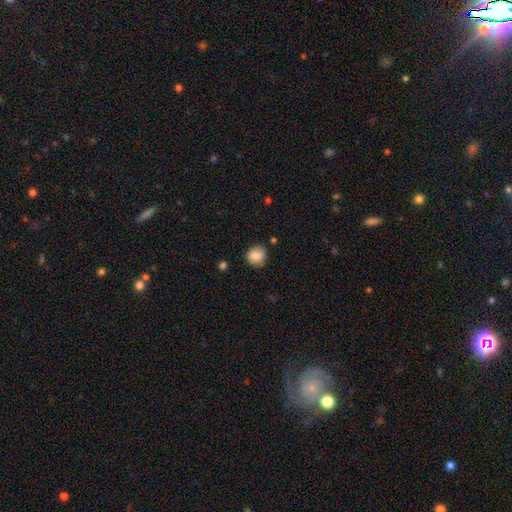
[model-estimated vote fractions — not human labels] Smooth or featured: smooth — 85% (star or artifact — 9%)
How rounded: round — 86% (in between — 13%)
Merging: none — 81% (minor disturbance — 14%)